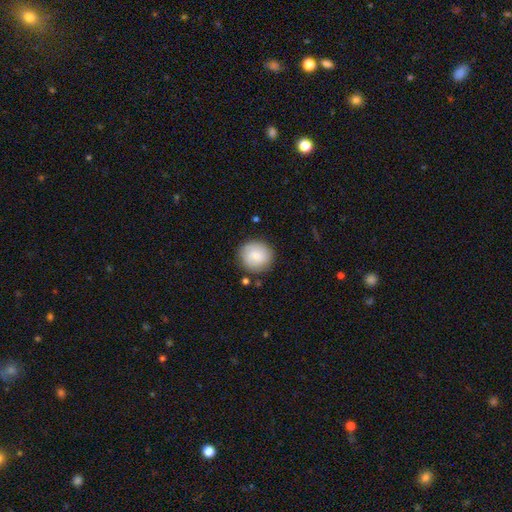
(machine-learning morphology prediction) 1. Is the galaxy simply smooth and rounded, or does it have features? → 79% smooth, 14% featured or disk, 7% star or artifact.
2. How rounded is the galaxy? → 91% round, 8% in between, 1% cigar-shaped.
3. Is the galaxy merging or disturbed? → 85% none, 11% minor disturbance, 3% major disturbance, 2% merger.